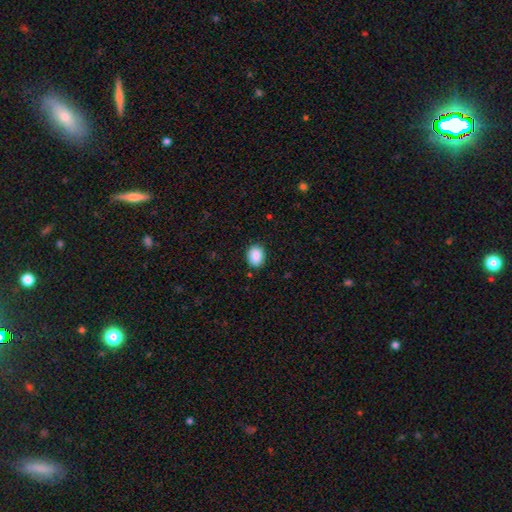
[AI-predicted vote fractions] This is clearly a smooth galaxy (88%). How rounded: possibly in between (60%). Merging: clearly none (85%).